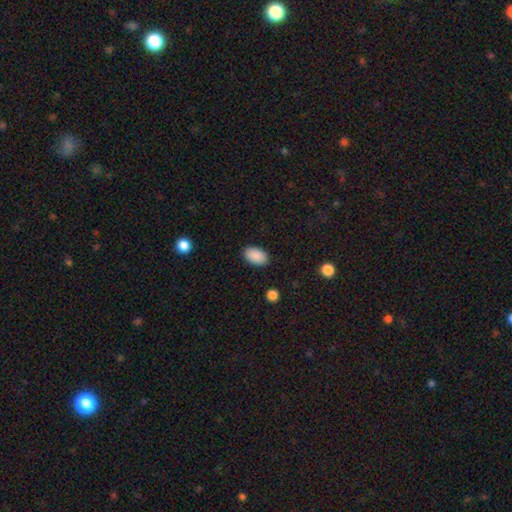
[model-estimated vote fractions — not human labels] This appears to be a smooth galaxy with no disk features (90%) that is in between round and cigar-shaped (93%). Merging: none (89%).